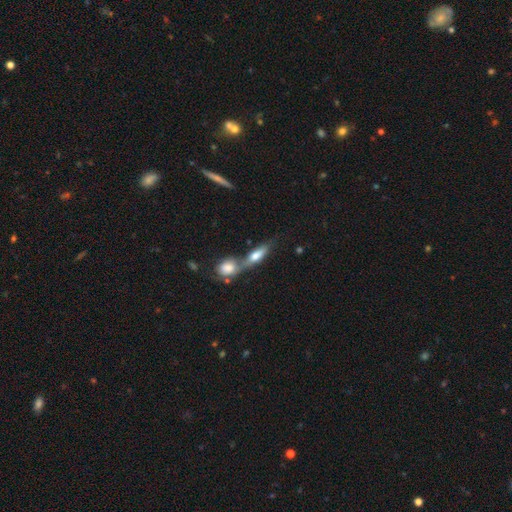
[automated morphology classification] The model was most divided on "how rounded": in between: 60%, cigar-shaped: 34%, round: 6%. More confident: smooth or featured — smooth (64%); merging — merger (59%).